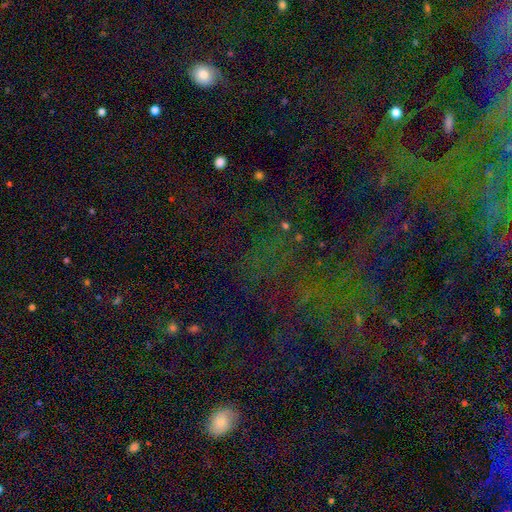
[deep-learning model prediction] smooth_or_featured: star or artifact (p=0.72) [alt: smooth p=0.17]